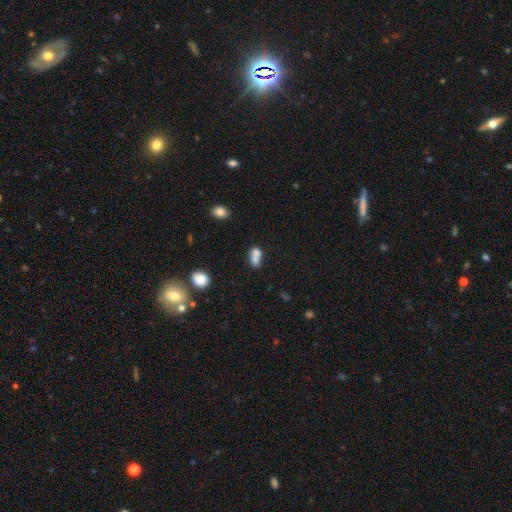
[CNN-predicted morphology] This appears to be a smooth galaxy with no disk features (73%) that is in between round and cigar-shaped (69%). Merging: merger (57%).